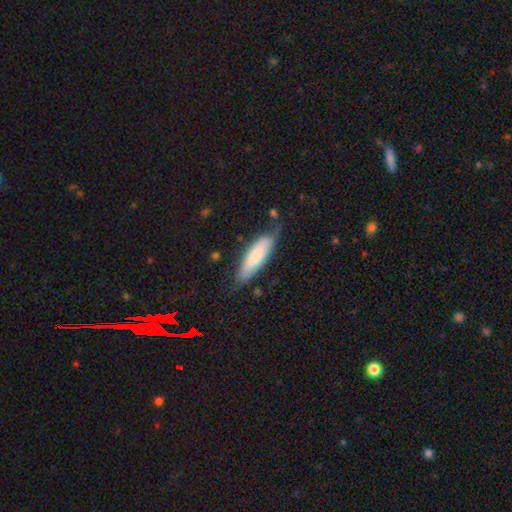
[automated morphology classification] The model was most divided on "how rounded": cigar-shaped: 54%, in between: 44%, round: 2%. More confident: smooth or featured — smooth (73%); merging — none (65%).